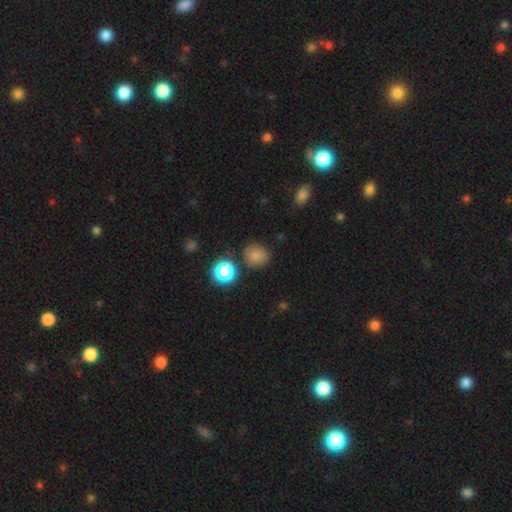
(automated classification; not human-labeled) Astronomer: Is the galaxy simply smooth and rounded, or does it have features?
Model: smooth — 77%.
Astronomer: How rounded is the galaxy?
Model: round — 86%.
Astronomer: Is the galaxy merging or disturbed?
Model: none — 79%.